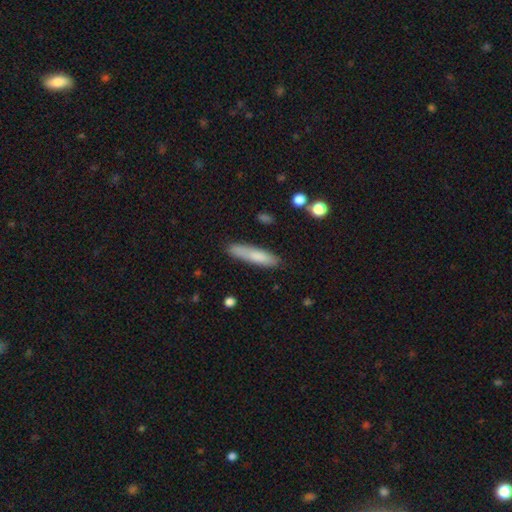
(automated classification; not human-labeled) Morphology: type=smooth (78%); roundness=cigar-shaped (84%); merging=none (81%).